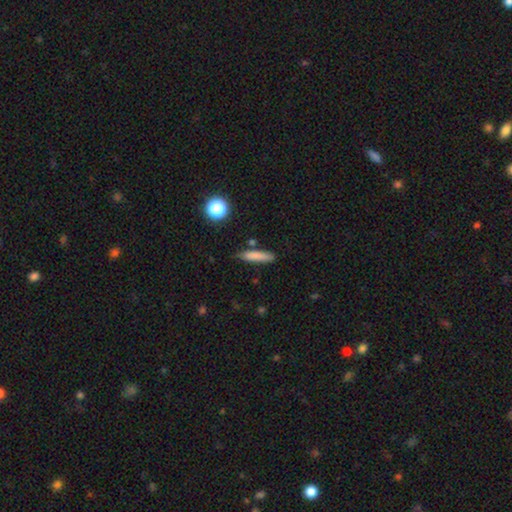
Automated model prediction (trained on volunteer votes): smooth_or_featured: smooth (p=0.79) [alt: featured or disk p=0.13]
how_rounded: cigar-shaped (p=0.83) [alt: in between p=0.14]
merging: none (p=0.76) [alt: minor disturbance p=0.16]